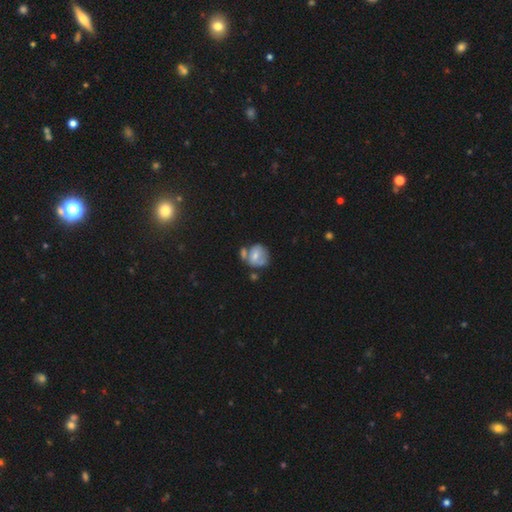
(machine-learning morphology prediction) Smooth or featured?
  - smooth: 57% *
  - featured or disk: 35%
  - star or artifact: 8%
How rounded?
  - round: 69% *
  - in between: 30%
  - cigar-shaped: 1%
Merging?
  - none: 37% *
  - merger: 34%
  - minor disturbance: 20%
  - major disturbance: 8%